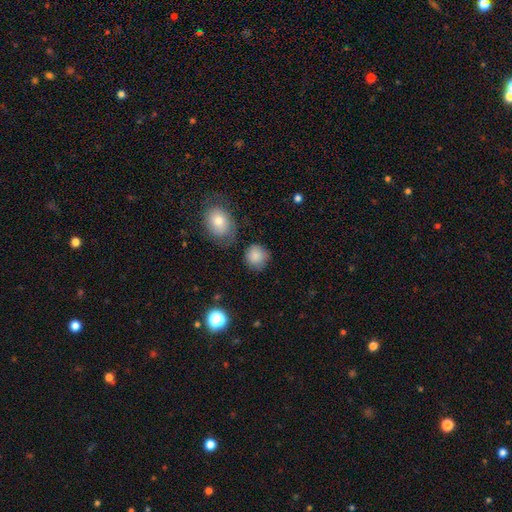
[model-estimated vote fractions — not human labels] Smooth or featured: smooth — 85% (star or artifact — 9%)
How rounded: round — 85% (in between — 14%)
Merging: none — 71% (minor disturbance — 17%)